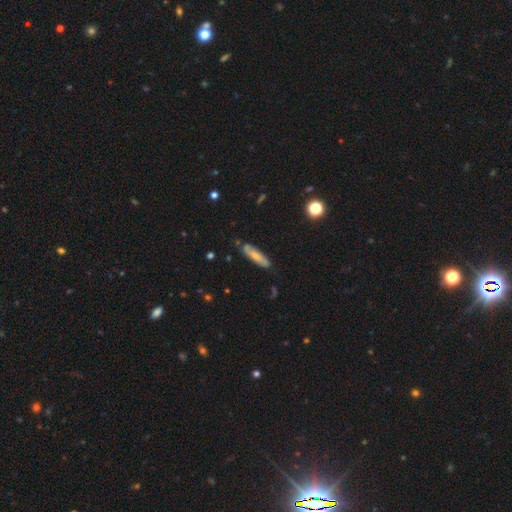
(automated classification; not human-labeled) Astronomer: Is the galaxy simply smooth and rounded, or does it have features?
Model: smooth — 59%.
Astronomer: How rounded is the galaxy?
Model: cigar-shaped — 73%.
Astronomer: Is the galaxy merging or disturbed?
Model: none — 77%.